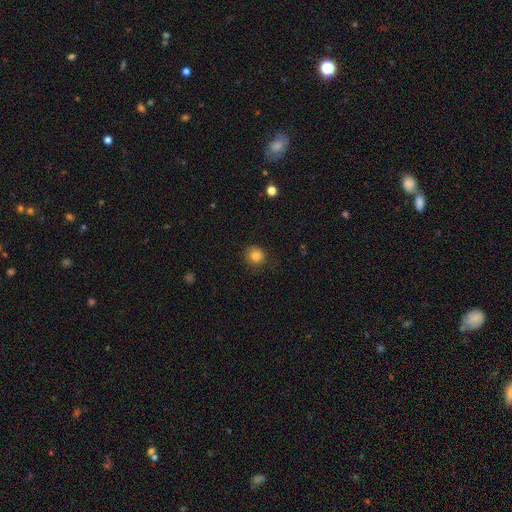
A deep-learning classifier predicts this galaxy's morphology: Overall: smooth (82%). How rounded: round (90%). Merging: none (85%).